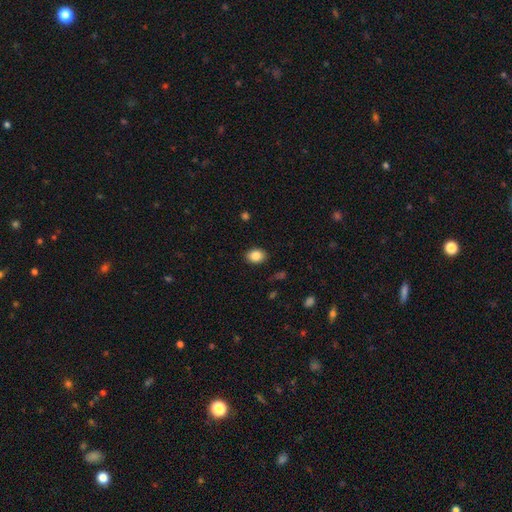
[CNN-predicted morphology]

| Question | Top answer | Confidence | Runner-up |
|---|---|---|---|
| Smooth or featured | smooth | 85% | star or artifact (9%) |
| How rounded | in between | 69% | round (30%) |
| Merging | none | 87% | minor disturbance (9%) |